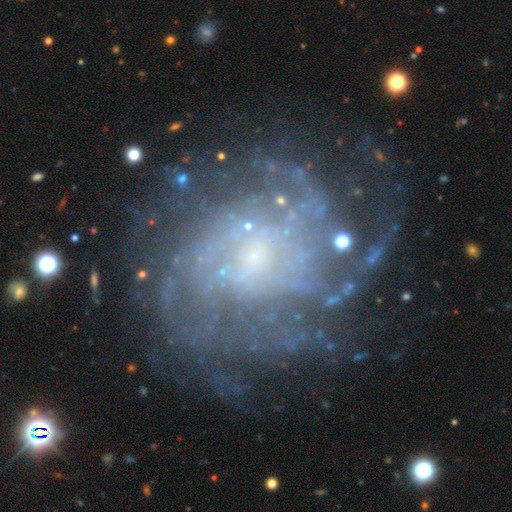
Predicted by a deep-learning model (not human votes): Morphology: type=featured or disk (85%); edge-on=no (98%); bar=no (53%); spiral arms=yes (92%); winding=tight (57%); arm count=can't tell (38%); bulge=small (63%); merging=none (70%).